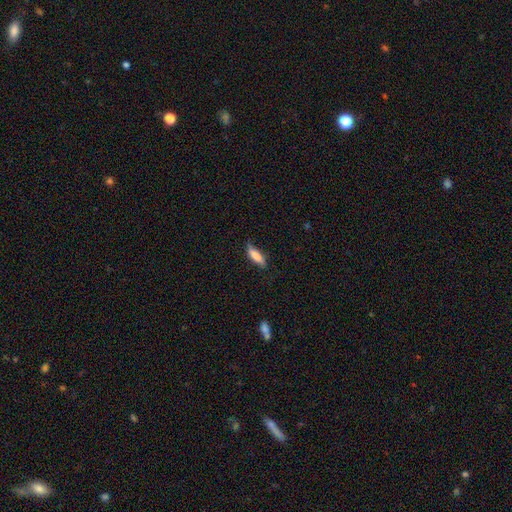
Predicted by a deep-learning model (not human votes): smooth-or-featured: smooth: 79% | featured or disk: 15% | star or artifact: 6%
  how-rounded: in between: 50% | cigar-shaped: 48% | round: 2%
  merging: none: 65% | minor disturbance: 28% | major disturbance: 6% | merger: 2%